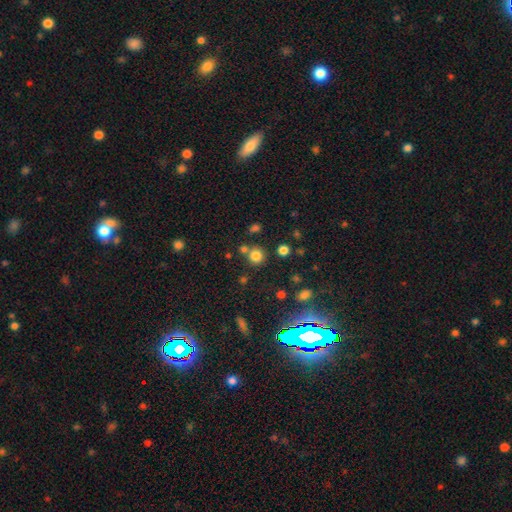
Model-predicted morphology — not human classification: type=smooth (78%); roundness=round (92%); merging=none (75%).